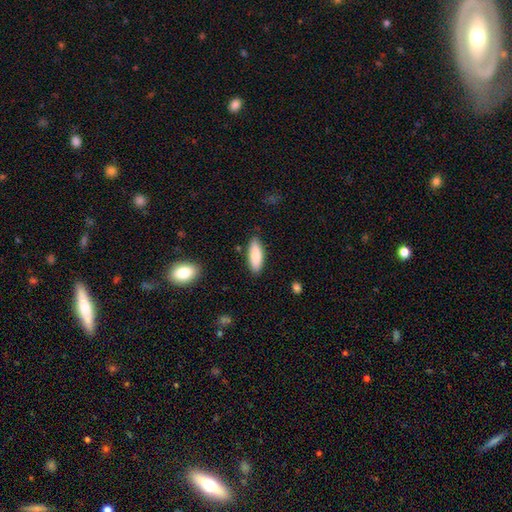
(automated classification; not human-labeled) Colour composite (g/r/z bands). It shows a smooth galaxy with no disk features (83%) that is in between round and cigar-shaped (63%). Merging: none (86%).